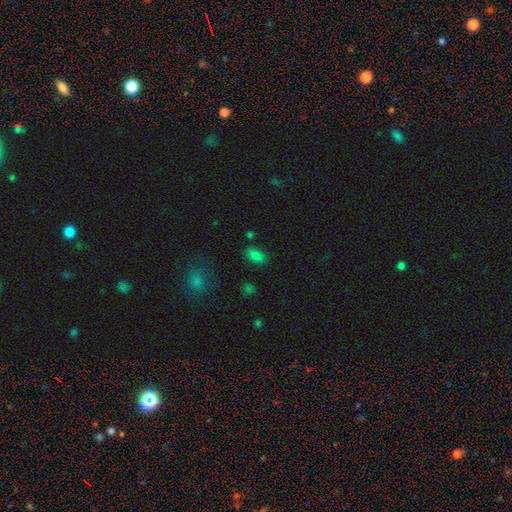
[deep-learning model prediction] A smooth galaxy with no disk features (82%) that is in between round and cigar-shaped (91%). Merging: none (82%).